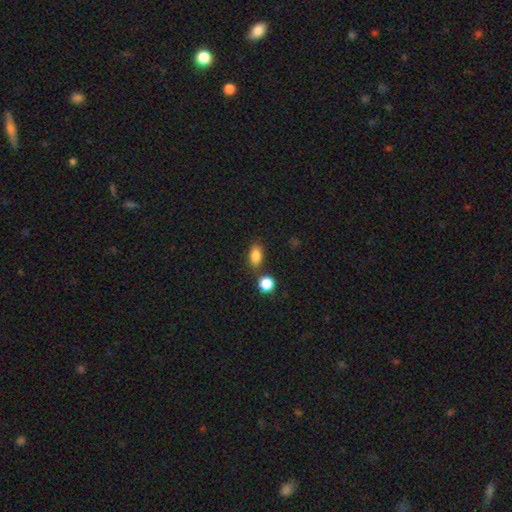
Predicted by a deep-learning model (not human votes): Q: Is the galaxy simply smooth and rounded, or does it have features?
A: smooth — 85%.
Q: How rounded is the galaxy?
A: in between — 85%.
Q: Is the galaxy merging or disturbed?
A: none — 76%.